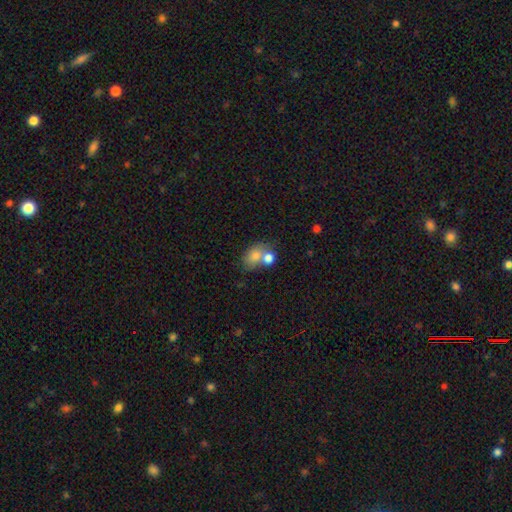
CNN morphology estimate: Smooth or featured?
  - smooth: 73% *
  - featured or disk: 17%
  - star or artifact: 9%
How rounded?
  - in between: 62% *
  - round: 36%
  - cigar-shaped: 1%
Merging?
  - merger: 47% *
  - none: 34%
  - minor disturbance: 13%
  - major disturbance: 6%